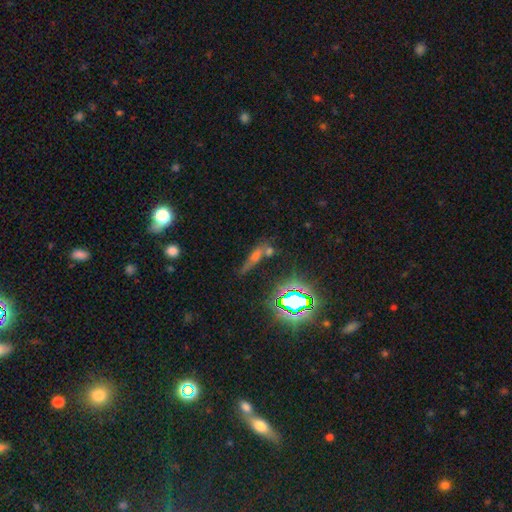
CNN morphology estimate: The model was most divided on "smooth or featured": star or artifact: 40%, smooth: 35%, featured or disk: 25%.